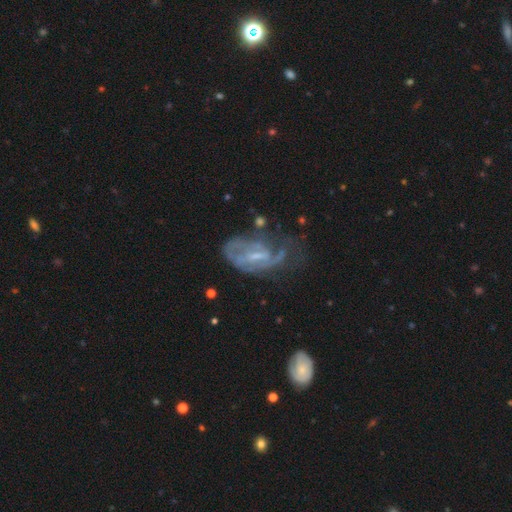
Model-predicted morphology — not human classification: smooth-or-featured: featured or disk: 74% | smooth: 17% | star or artifact: 9%
  disk-edge-on: no: 94% | yes: 6%
    bar: weak: 50% | no: 27% | strong: 23%
    has-spiral-arms: yes: 71% | no: 29%
    bulge-size: small: 54% | moderate: 26% | none: 18% | large: 2% | dominant: 1%
  merging: none: 35% | major disturbance: 34% | minor disturbance: 26% | merger: 5%